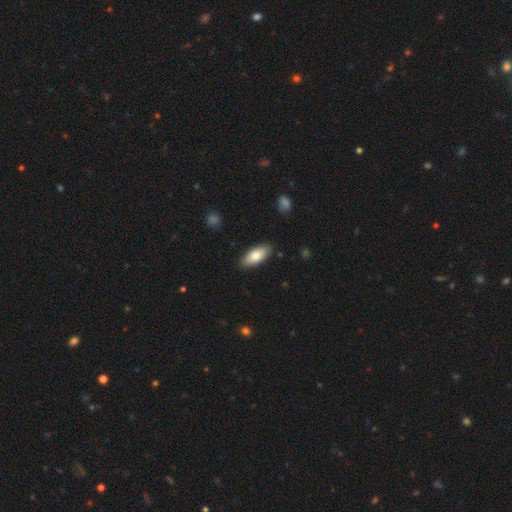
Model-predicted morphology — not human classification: smooth 77%, featured or disk 17%, star or artifact 6%. Down the decision tree: how rounded — in between (84%); merging — none (88%).